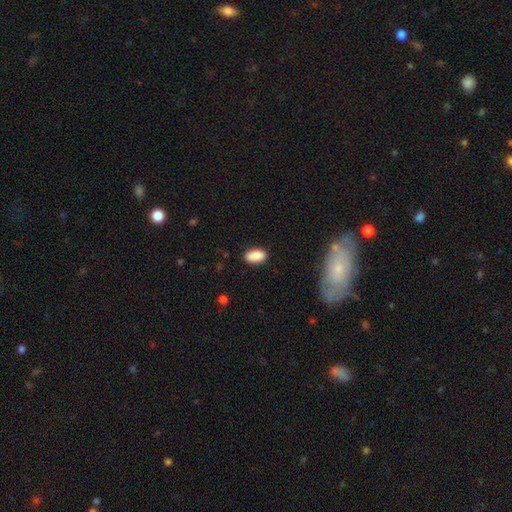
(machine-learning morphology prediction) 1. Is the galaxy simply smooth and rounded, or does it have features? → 89% smooth, 7% star or artifact, 4% featured or disk.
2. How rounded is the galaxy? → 93% in between, 4% round, 3% cigar-shaped.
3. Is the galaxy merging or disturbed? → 84% none, 13% minor disturbance, 2% major disturbance, 1% merger.